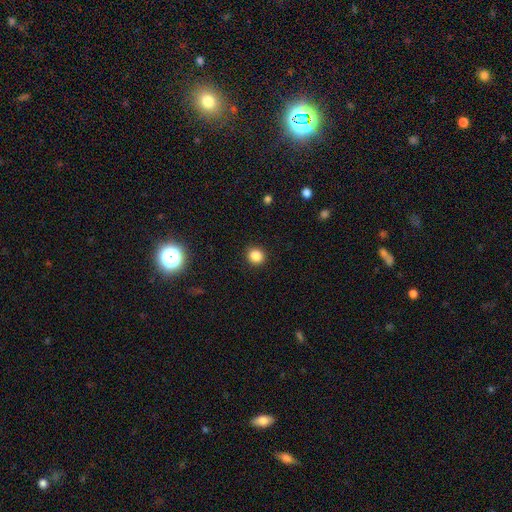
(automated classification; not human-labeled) This appears to be a smooth galaxy with no disk features (85%) that is round (87%). Merging: none (92%).